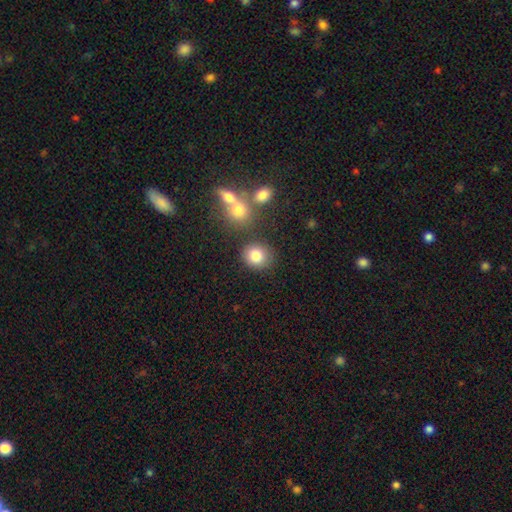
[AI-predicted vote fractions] Smooth or featured? smooth (83%)
How rounded? round (76%)
Merging? none (77%)